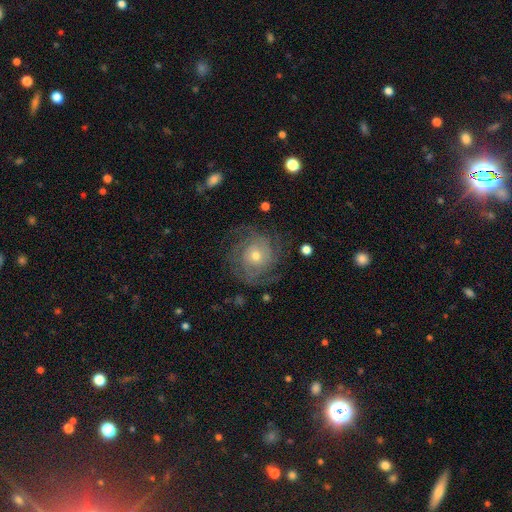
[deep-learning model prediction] This appears to be a featured or disk galaxy (78%) with no bar (79%), tight (60%) spiral arms (90%) and a moderate central bulge (50%). Merging: none (71%).